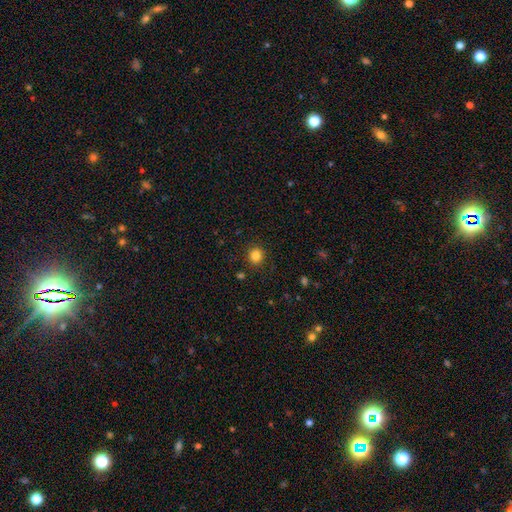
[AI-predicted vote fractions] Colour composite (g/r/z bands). It shows a smooth galaxy with no disk features (83%) that is round (86%). Merging: none (90%).